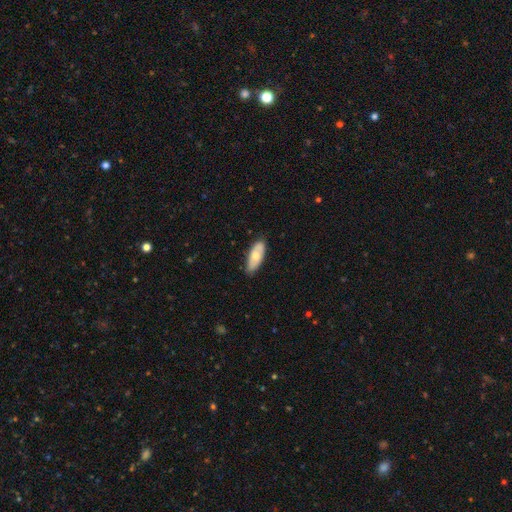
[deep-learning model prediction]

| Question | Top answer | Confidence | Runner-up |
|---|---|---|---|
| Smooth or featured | smooth | 59% | featured or disk (36%) |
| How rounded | in between | 81% | cigar-shaped (16%) |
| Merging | none | 81% | minor disturbance (15%) |